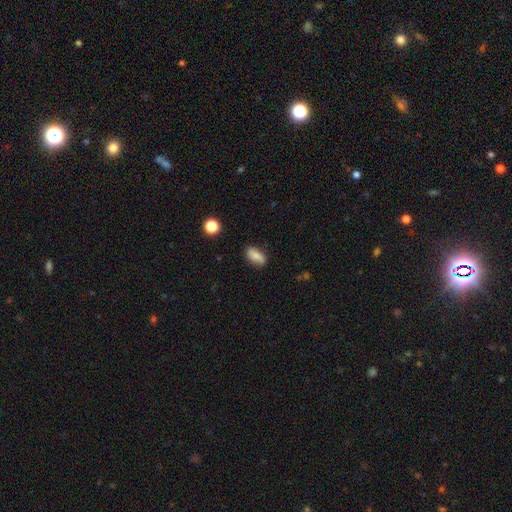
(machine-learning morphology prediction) smooth-or-featured: smooth: 82% | featured or disk: 9% | star or artifact: 8%
  how-rounded: in between: 86% | cigar-shaped: 9% | round: 5%
  merging: none: 82% | minor disturbance: 14% | major disturbance: 3% | merger: 2%